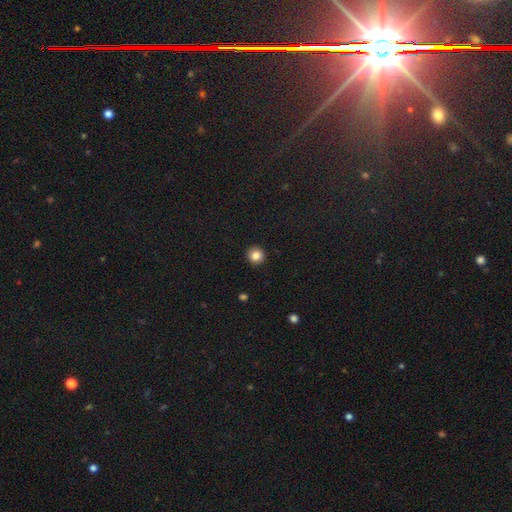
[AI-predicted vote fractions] Smooth or featured? smooth (83%)
How rounded? round (94%)
Merging? none (93%)